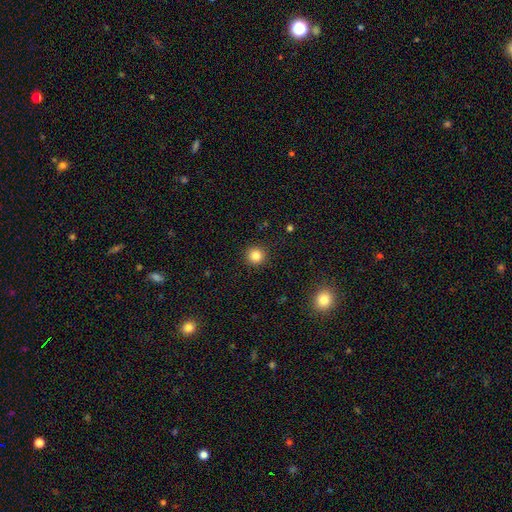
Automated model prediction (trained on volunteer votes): This is clearly a smooth galaxy (84%). How rounded: clearly round (94%). Merging: clearly none (92%).